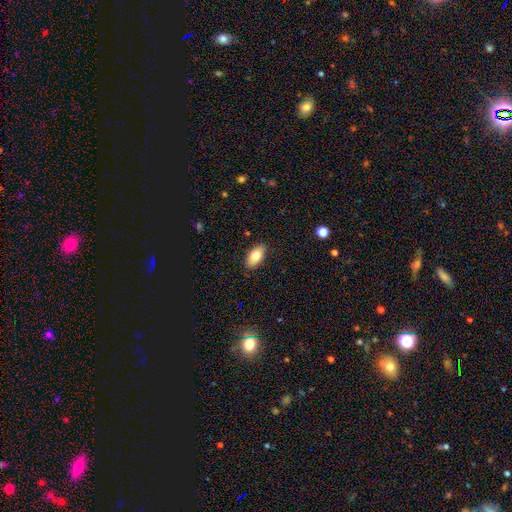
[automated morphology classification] This appears to be a smooth galaxy with no disk features (79%) that is in between round and cigar-shaped (91%). Merging: none (87%).